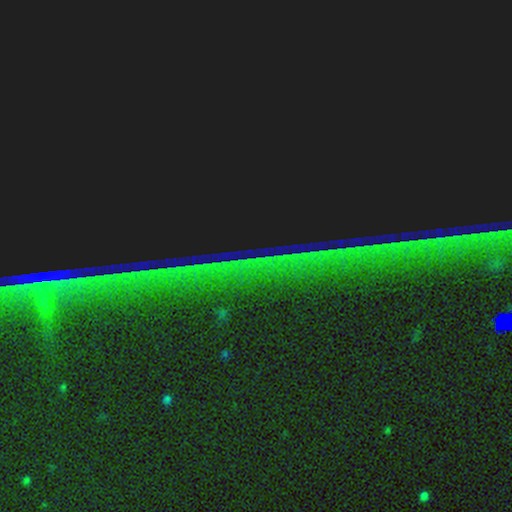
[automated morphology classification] A star or artifact, not a galaxy (87%).

Vote fractions:
- Smooth or featured? star or artifact: 87% / featured or disk: 7% / smooth: 6%